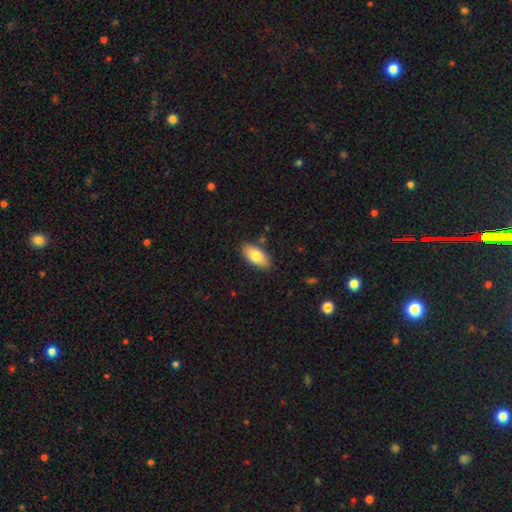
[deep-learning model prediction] Overall: smooth (78%). How rounded: in between (92%). Merging: none (86%).